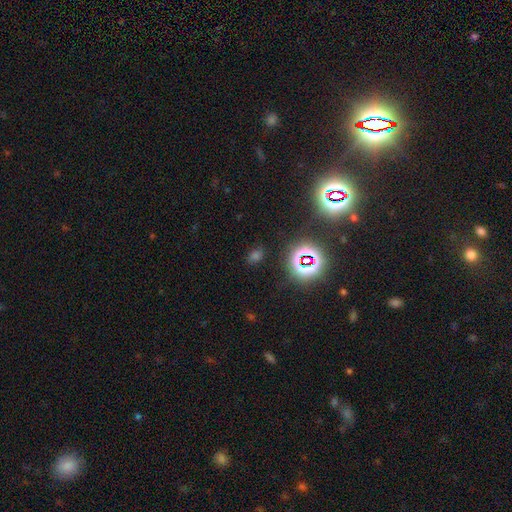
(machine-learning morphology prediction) star or artifact 52%, smooth 41%, featured or disk 7%.